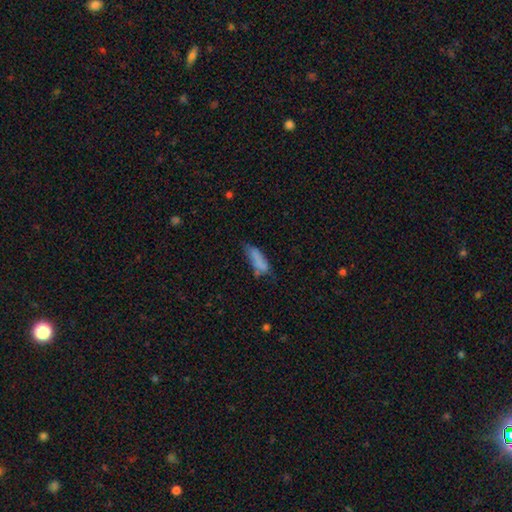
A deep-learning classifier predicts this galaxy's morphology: smooth 73%, featured or disk 16%, star or artifact 11%. Down the decision tree: how rounded — cigar-shaped (54%); merging — none (48%).